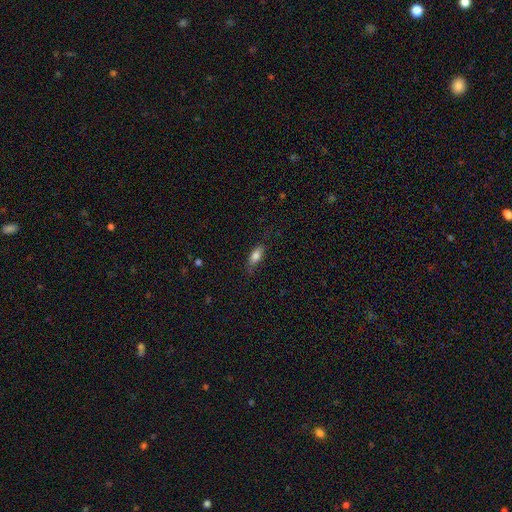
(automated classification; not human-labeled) smooth 80%, featured or disk 13%, star or artifact 7%. Down the decision tree: how rounded — in between (76%); merging — none (76%).